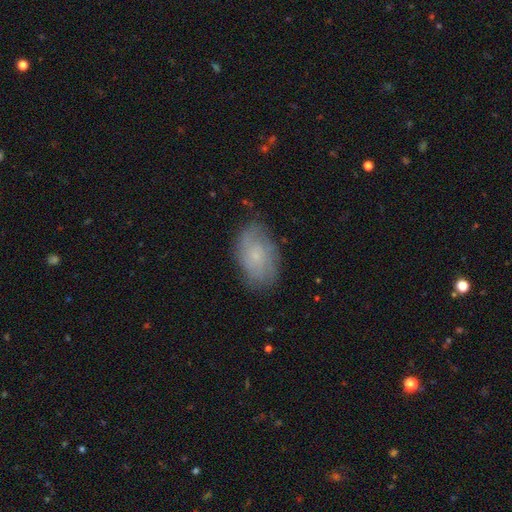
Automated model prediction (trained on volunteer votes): Morphology: type=featured or disk (50%); edge-on=no (95%); merging=none (73%).